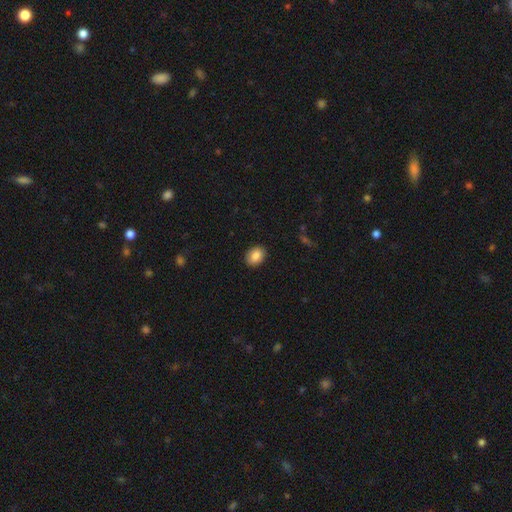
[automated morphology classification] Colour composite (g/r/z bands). It shows a smooth galaxy with no disk features (87%) that is in between round and cigar-shaped (65%). Merging: none (90%).